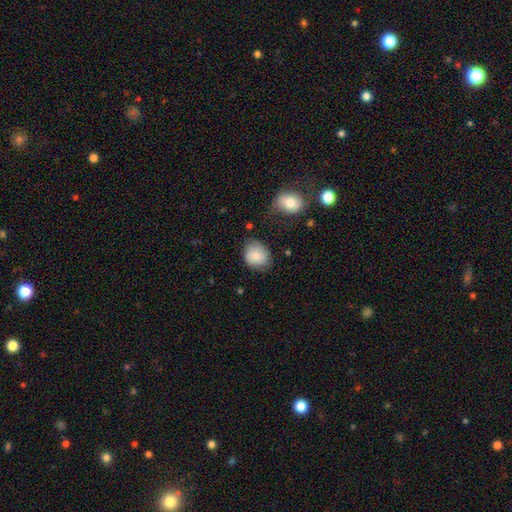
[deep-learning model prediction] Smooth or featured? Predicted: smooth (p=0.83). How rounded? Predicted: round (p=0.61). Merging? Predicted: none (p=0.69).